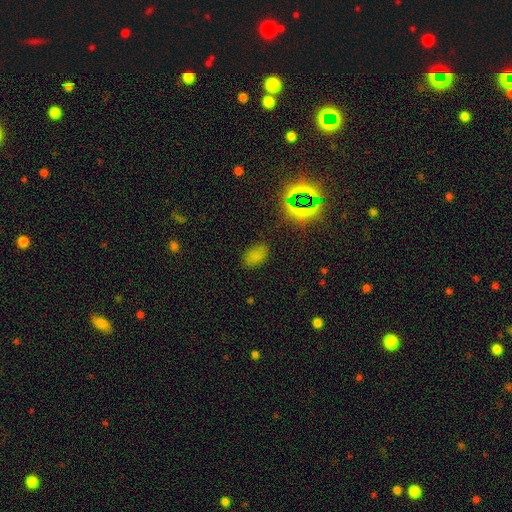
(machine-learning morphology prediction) Overall: smooth (70%). How rounded: in between (90%). Merging: none (80%).